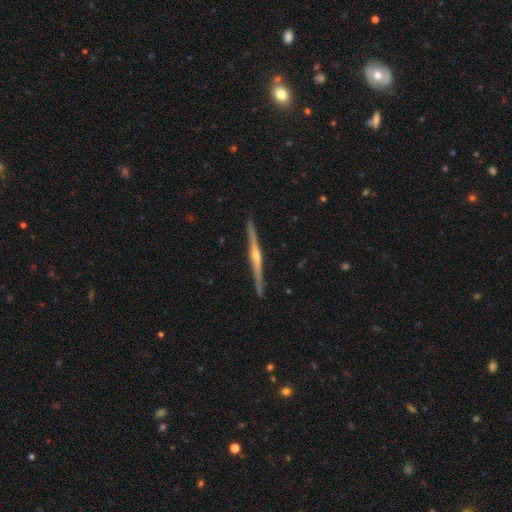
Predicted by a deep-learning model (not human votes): Q: Smooth or featured?
A: featured or disk (85%); runner-up: smooth (10%)
Q: Edge-on disk?
A: yes (99%); runner-up: no (1%)
Q: Edge-on bulge?
A: rounded (87%); runner-up: none (8%)
Q: Merging?
A: none (93%); runner-up: minor disturbance (5%)